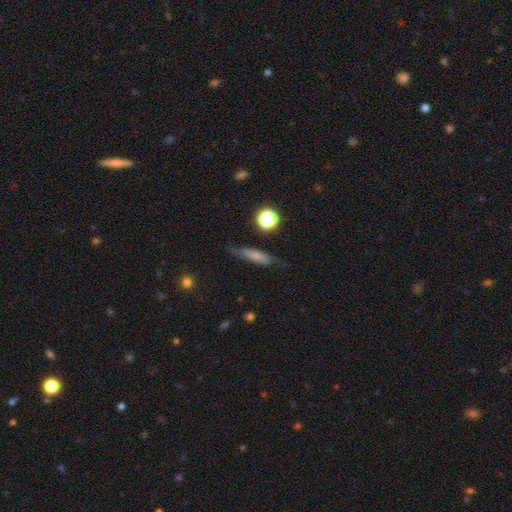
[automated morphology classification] The model was most divided on "smooth or featured": smooth: 58%, featured or disk: 31%, star or artifact: 11%. More confident: how rounded — cigar-shaped (72%); merging — none (70%).